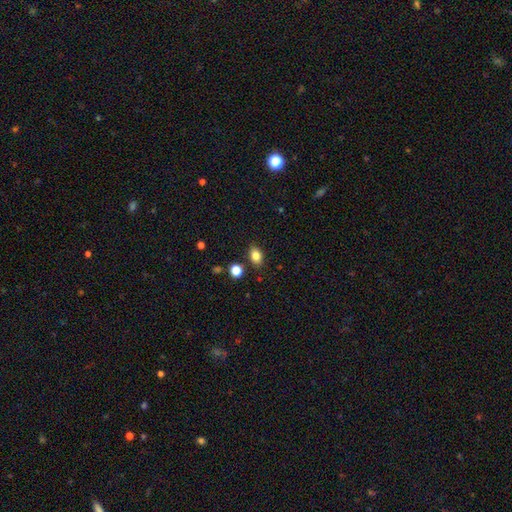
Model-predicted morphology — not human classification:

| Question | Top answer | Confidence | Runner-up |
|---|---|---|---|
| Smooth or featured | smooth | 83% | star or artifact (11%) |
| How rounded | in between | 78% | round (21%) |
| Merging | none | 84% | minor disturbance (10%) |